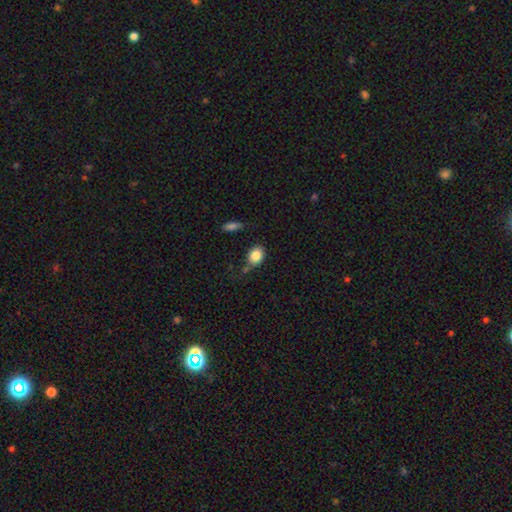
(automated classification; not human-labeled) Smooth or featured? Predicted: smooth (p=0.84). How rounded? Predicted: in between (p=0.59). Merging? Predicted: none (p=0.68).